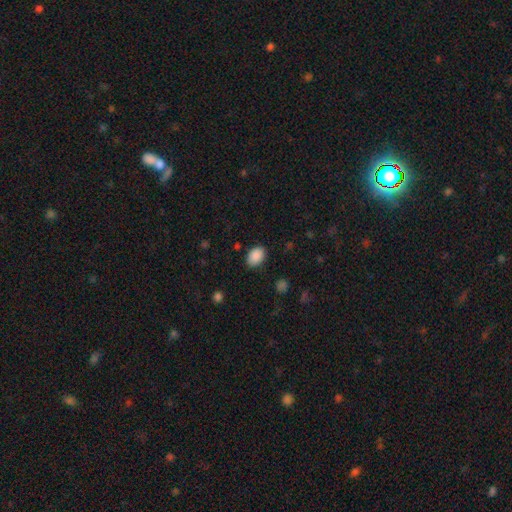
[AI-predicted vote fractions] smooth 89%, star or artifact 8%, featured or disk 3%. Down the decision tree: how rounded — in between (81%); merging — none (84%).